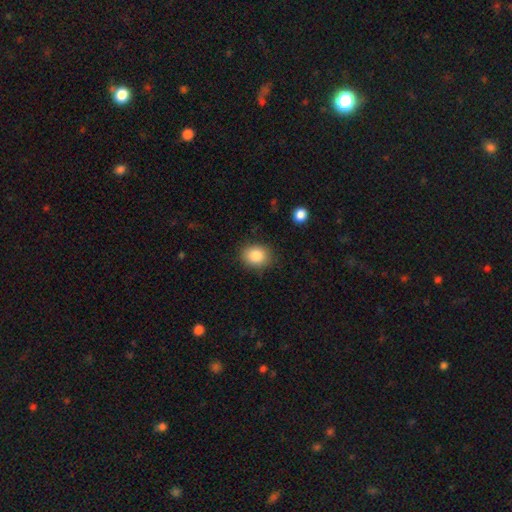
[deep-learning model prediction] Morphology: type=smooth (86%); roundness=round (56%); merging=none (85%).